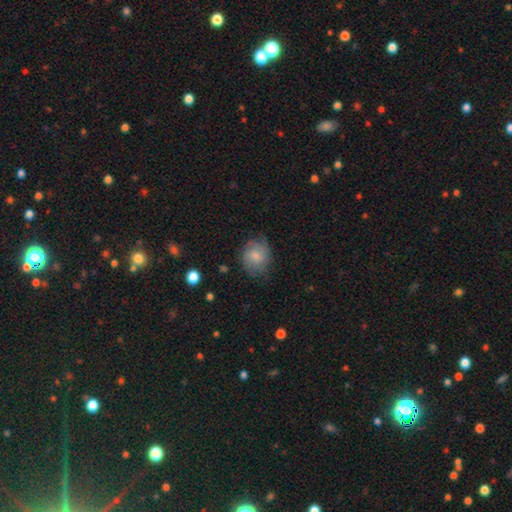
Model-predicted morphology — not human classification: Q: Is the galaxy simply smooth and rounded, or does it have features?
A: smooth — 67%.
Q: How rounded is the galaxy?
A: round — 67%.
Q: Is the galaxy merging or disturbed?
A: none — 65%.